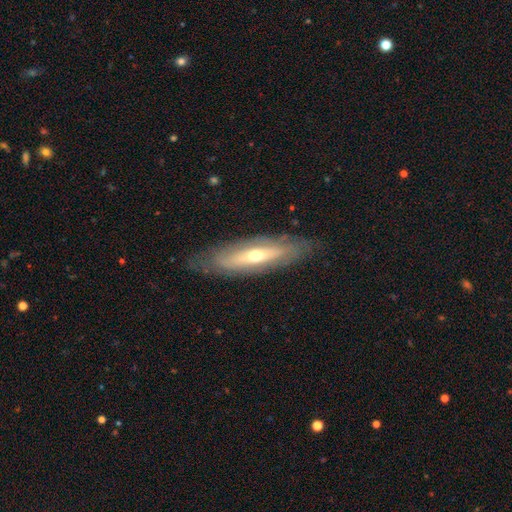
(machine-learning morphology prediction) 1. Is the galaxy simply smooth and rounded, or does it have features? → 59% featured or disk, 34% smooth, 7% star or artifact.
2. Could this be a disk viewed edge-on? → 56% no, 44% yes.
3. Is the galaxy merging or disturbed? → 77% none, 16% minor disturbance, 6% major disturbance, 1% merger.